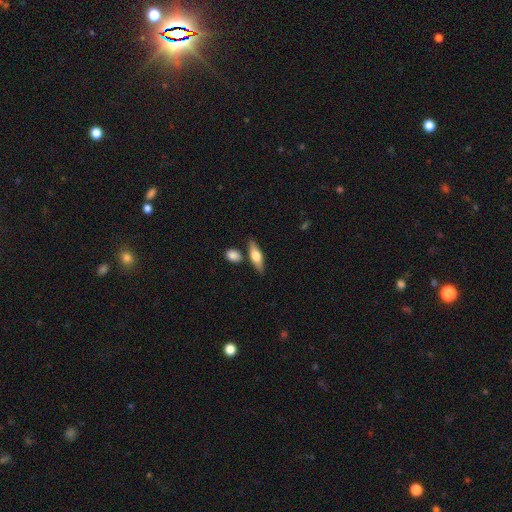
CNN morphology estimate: Smooth or featured? Predicted: smooth (p=0.52). How rounded? Predicted: cigar-shaped (p=0.49). Merging? Predicted: none (p=0.76).